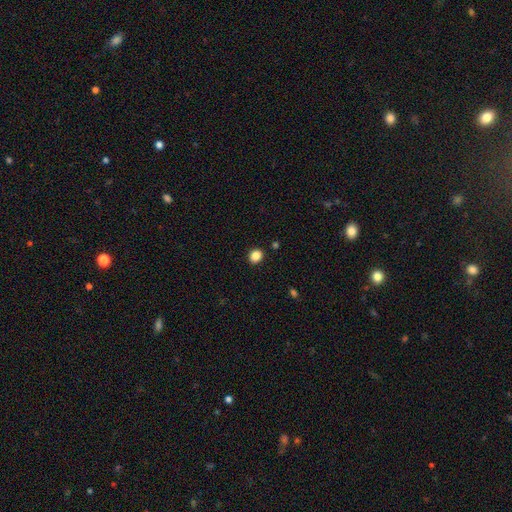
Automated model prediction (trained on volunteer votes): Smooth or featured?
  - smooth: 87% *
  - star or artifact: 10%
  - featured or disk: 3%
How rounded?
  - round: 69% *
  - in between: 30%
  - cigar-shaped: 1%
Merging?
  - none: 90% *
  - minor disturbance: 6%
  - major disturbance: 2%
  - merger: 2%